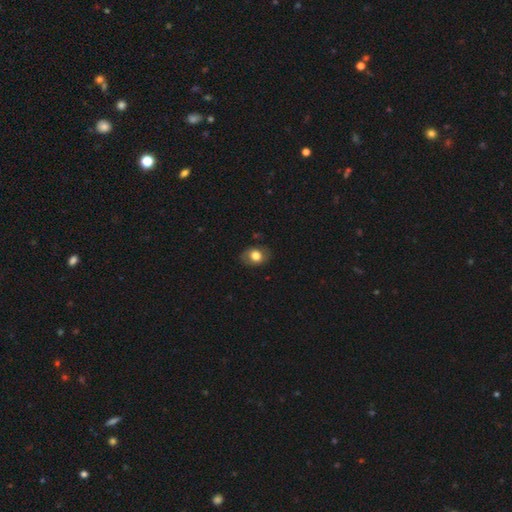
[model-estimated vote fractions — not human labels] Morphology: type=smooth (76%); roundness=in between (64%); merging=none (78%).